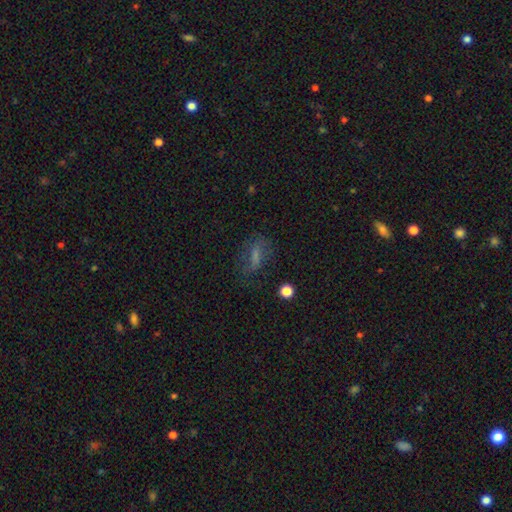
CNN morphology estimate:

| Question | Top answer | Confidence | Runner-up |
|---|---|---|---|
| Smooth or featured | smooth | 50% | featured or disk (33%) |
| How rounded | in between | 68% | cigar-shaped (21%) |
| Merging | none | 61% | minor disturbance (21%) |